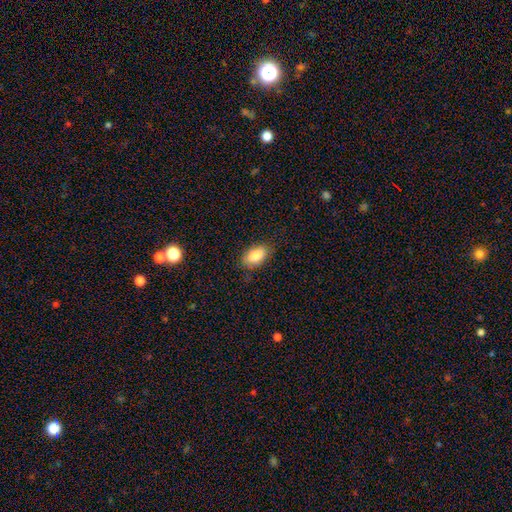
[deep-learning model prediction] Smooth or featured? Predicted: smooth (p=0.85). How rounded? Predicted: in between (p=0.93). Merging? Predicted: none (p=0.80).